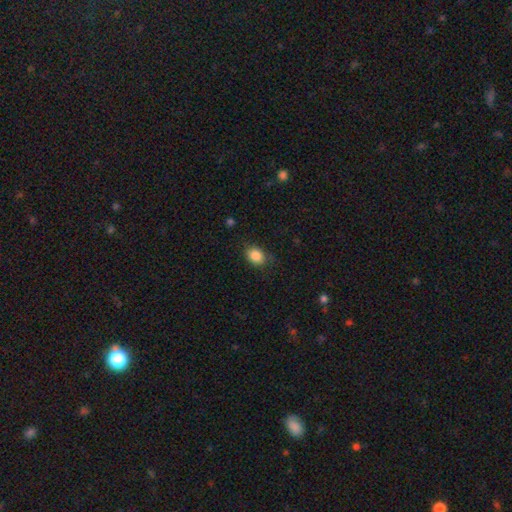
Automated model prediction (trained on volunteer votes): This is clearly a smooth galaxy (86%). How rounded: likely in between (60%). Merging: likely none (76%).